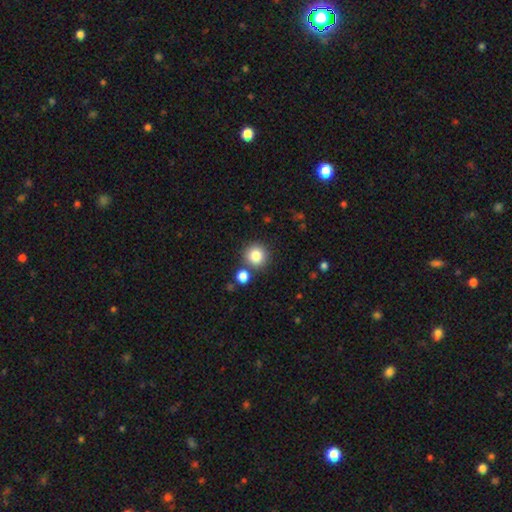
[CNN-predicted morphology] This appears to be a smooth galaxy with no disk features (84%) that is round (93%). Merging: none (78%).